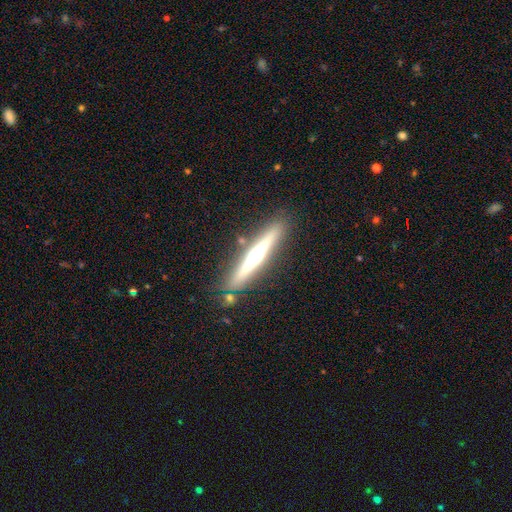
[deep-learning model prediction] Morphology: type=featured or disk (70%); edge-on=yes (96%); edge-on bulge=rounded (81%); merging=none (84%).